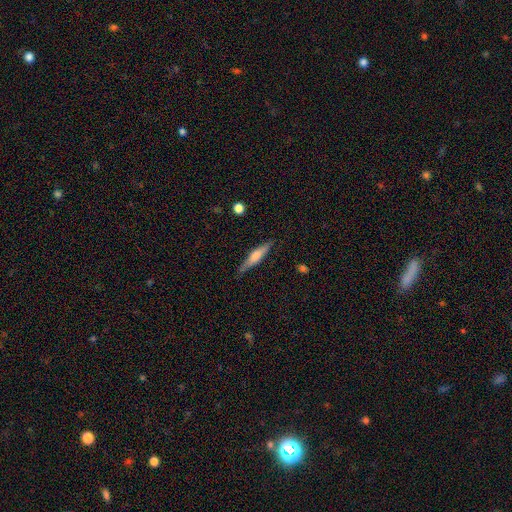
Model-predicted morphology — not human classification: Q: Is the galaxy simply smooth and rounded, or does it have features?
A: featured or disk — 50%.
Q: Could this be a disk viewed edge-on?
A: yes — 94%.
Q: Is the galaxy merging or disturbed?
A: none — 84%.